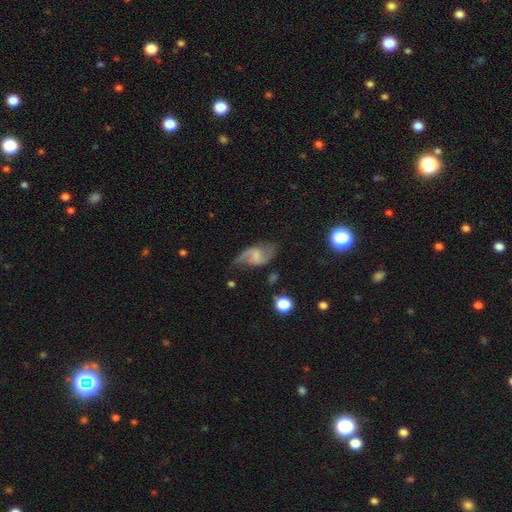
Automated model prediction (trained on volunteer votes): A featured or disk galaxy (74%) with a weak bar (52%), 2 (90%) loose (66%) spiral arms (91%) and no central bulge (44%). Merging: none (65%).